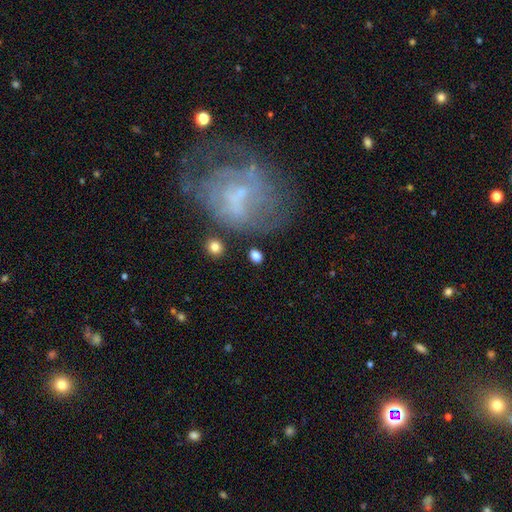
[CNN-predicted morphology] smooth-or-featured: smooth: 82% | star or artifact: 10% | featured or disk: 8%
  how-rounded: in between: 55% | round: 43% | cigar-shaped: 2%
  merging: none: 83% | minor disturbance: 9% | major disturbance: 5% | merger: 3%